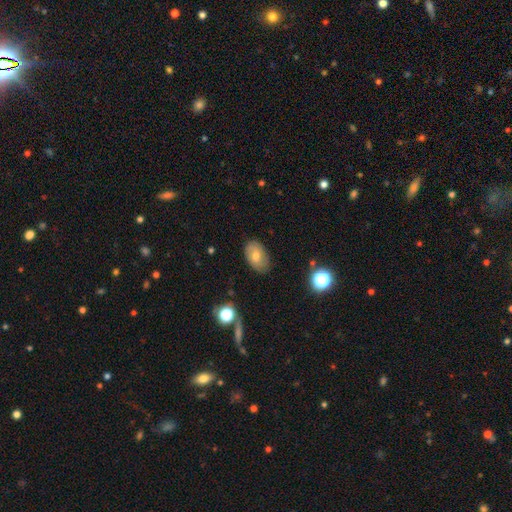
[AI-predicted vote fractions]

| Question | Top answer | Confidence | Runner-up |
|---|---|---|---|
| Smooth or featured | smooth | 61% | featured or disk (29%) |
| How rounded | in between | 90% | round (8%) |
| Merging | none | 78% | minor disturbance (17%) |